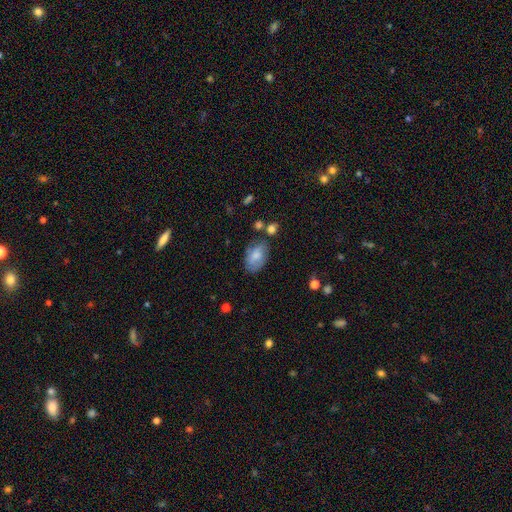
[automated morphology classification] smooth 72%, featured or disk 20%, star or artifact 7%. Down the decision tree: how rounded — in between (90%); merging — none (63%).